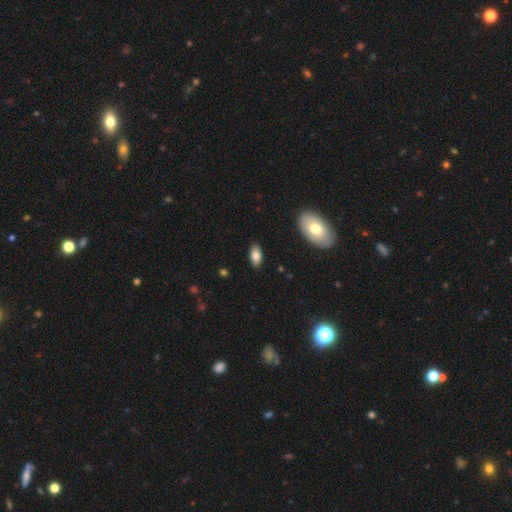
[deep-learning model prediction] This is clearly a smooth galaxy (80%). How rounded: clearly in between (91%). Merging: clearly none (87%).